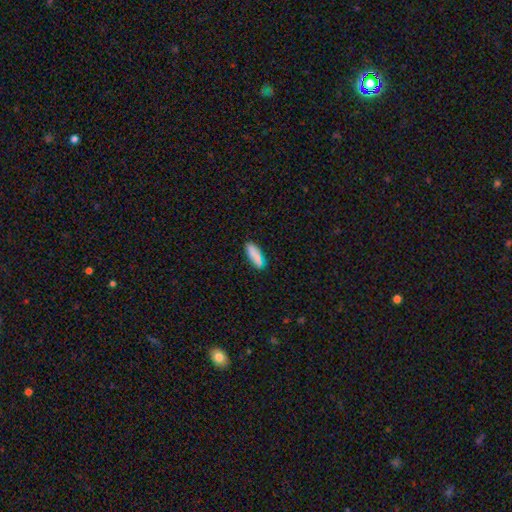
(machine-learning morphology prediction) This is clearly a smooth galaxy (84%). How rounded: possibly in between (60%). Merging: likely none (77%).